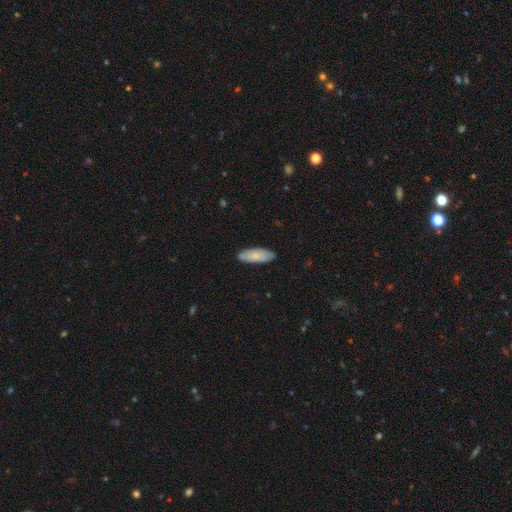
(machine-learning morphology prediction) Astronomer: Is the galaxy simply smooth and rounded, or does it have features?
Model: smooth — 77%.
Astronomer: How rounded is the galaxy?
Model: in between — 70%.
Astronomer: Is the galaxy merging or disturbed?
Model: none — 84%.